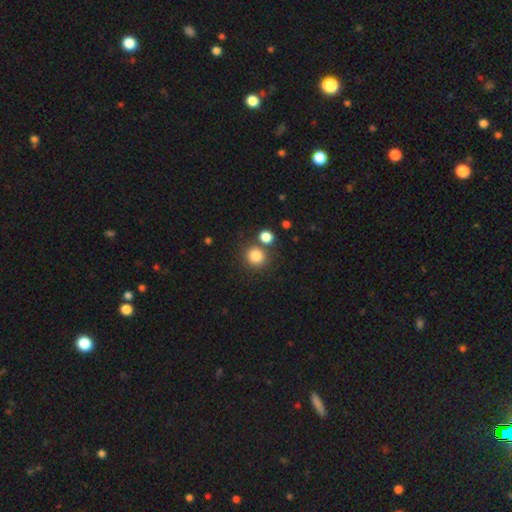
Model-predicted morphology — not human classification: smooth 83%, star or artifact 12%, featured or disk 5%. Down the decision tree: how rounded — round (88%); merging — none (74%).